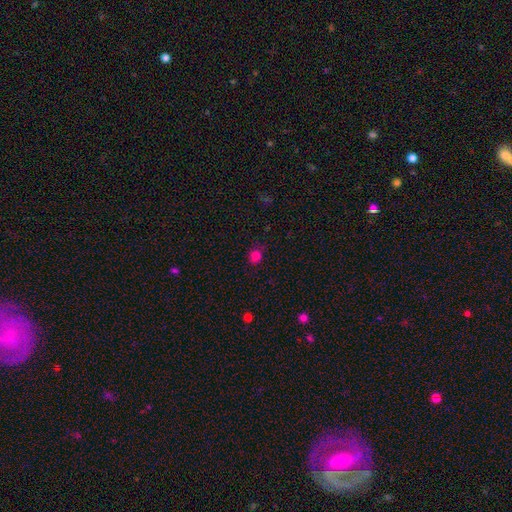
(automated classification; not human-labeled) Smooth or featured: smooth — 78% (star or artifact — 17%)
How rounded: round — 76% (in between — 23%)
Merging: none — 80% (minor disturbance — 15%)